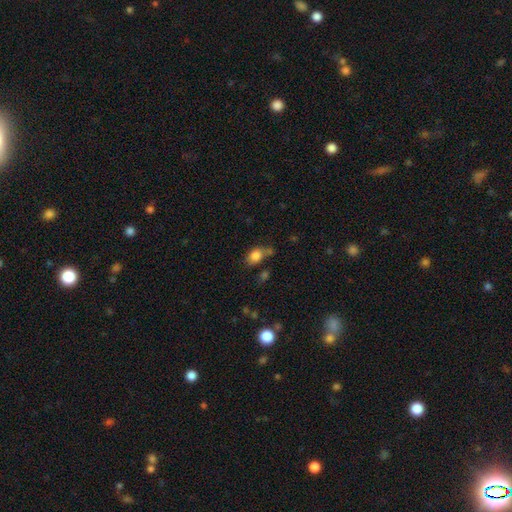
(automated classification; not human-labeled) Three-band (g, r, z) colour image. It shows a smooth galaxy with no disk features (83%) that is in between round and cigar-shaped (73%). Merging: none (51%).